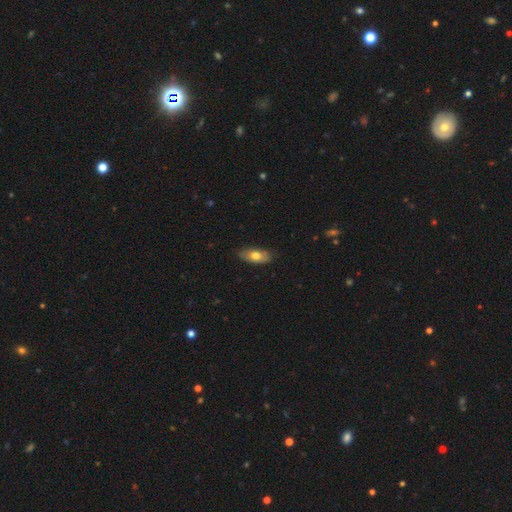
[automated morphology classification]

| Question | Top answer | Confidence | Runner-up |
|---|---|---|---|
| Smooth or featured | smooth | 69% | featured or disk (25%) |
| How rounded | in between | 83% | cigar-shaped (13%) |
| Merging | none | 82% | minor disturbance (15%) |